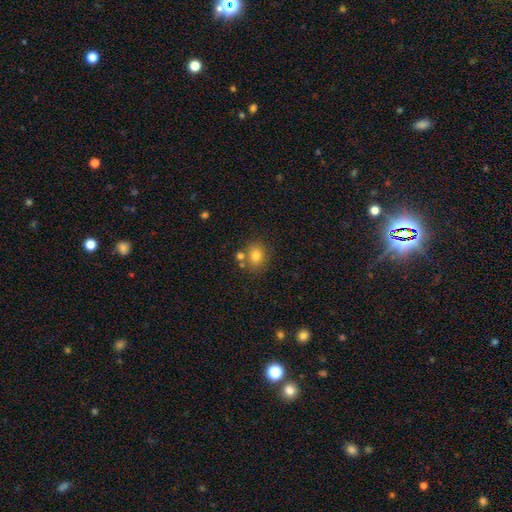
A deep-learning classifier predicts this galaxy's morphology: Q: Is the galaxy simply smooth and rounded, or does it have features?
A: smooth — 79%.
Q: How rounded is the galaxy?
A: round — 70%.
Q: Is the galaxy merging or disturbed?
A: none — 68%.